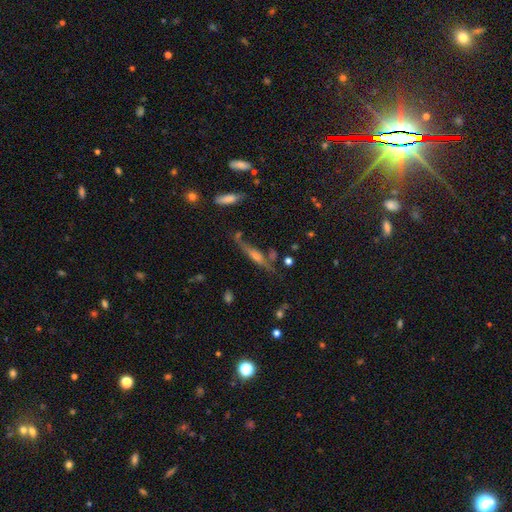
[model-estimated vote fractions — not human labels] Smooth or featured? Predicted: featured or disk (p=0.60). Edge-on disk? Predicted: yes (p=0.88). Edge-on bulge? Predicted: rounded (p=0.67). Merging? Predicted: none (p=0.65).